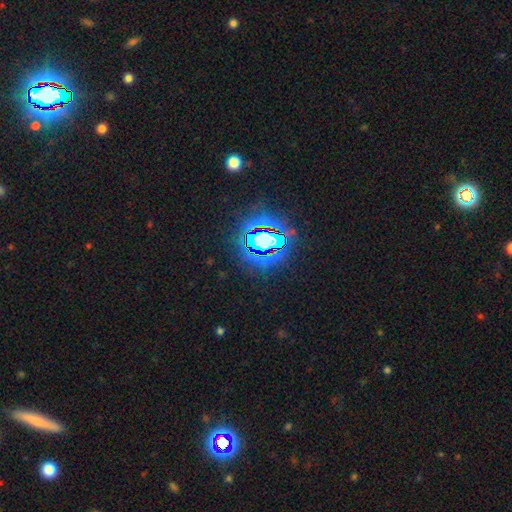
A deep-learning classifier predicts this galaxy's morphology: Q: Smooth or featured?
A: star or artifact (84%); runner-up: smooth (9%)